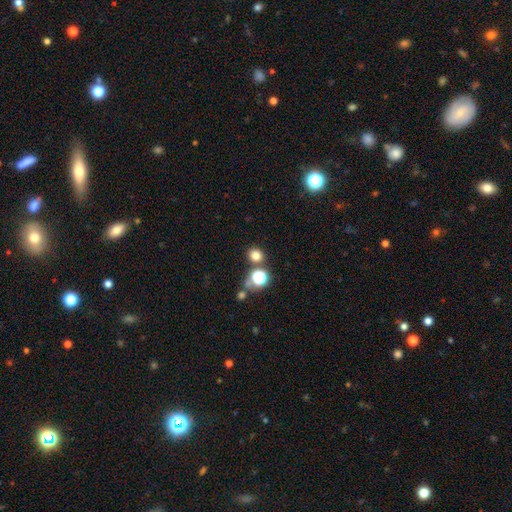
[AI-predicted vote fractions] Overall: smooth (75%). How rounded: round (86%). Merging: none (78%).